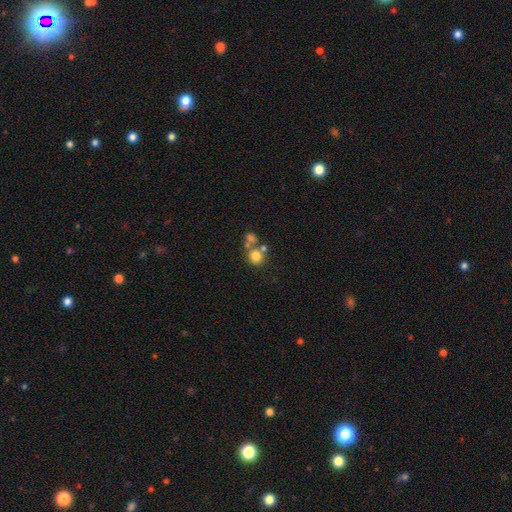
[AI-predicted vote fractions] Morphology: type=smooth (74%); roundness=round (84%); merging=none (50%).